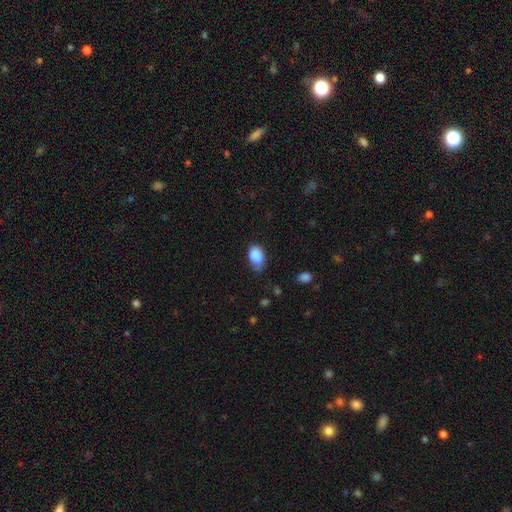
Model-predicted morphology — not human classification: This appears to be a smooth galaxy with no disk features (86%) that is in between round and cigar-shaped (88%). Merging: none (53%).